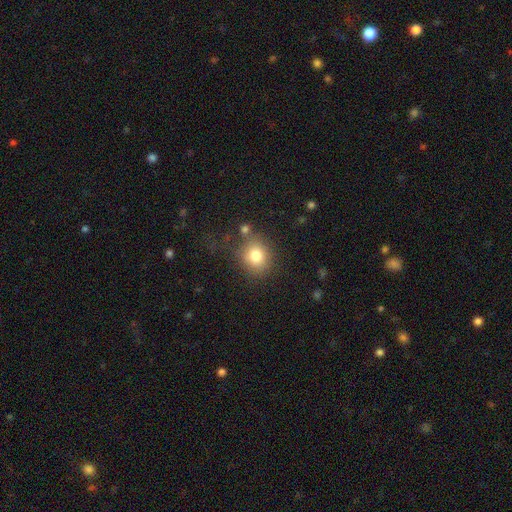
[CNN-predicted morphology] smooth_or_featured: smooth (p=0.80) [alt: star or artifact p=0.11]
how_rounded: round (p=0.74) [alt: in between p=0.25]
merging: none (p=0.70) [alt: minor disturbance p=0.15]